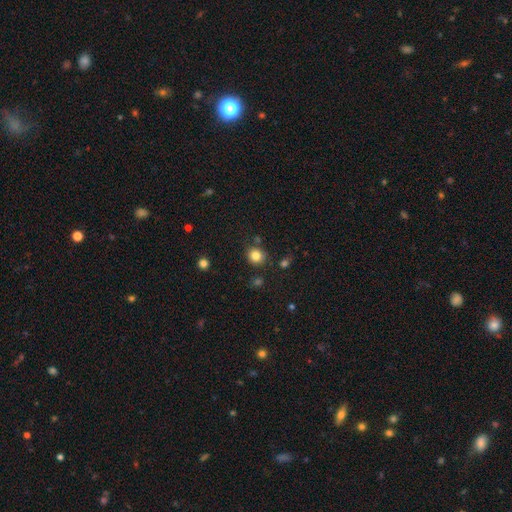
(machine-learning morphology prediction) smooth_or_featured: smooth (p=0.83) [alt: star or artifact p=0.12]
how_rounded: round (p=0.85) [alt: in between p=0.15]
merging: none (p=0.81) [alt: minor disturbance p=0.11]